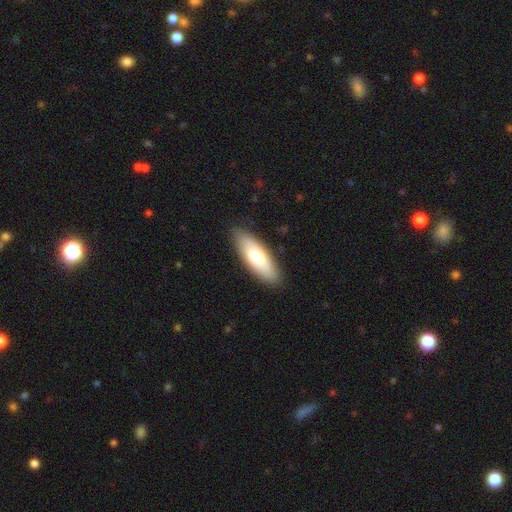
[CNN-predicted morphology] Smooth or featured: smooth — 71% (featured or disk — 24%)
How rounded: in between — 63% (cigar-shaped — 36%)
Merging: none — 87% (minor disturbance — 10%)